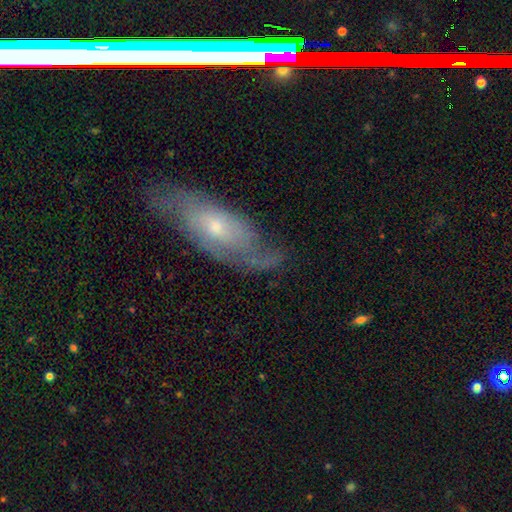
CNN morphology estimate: type=featured or disk (68%); edge-on=no (84%); bar=no (72%); spiral arms=yes (84%); bulge=small (59%); merging=none (69%).